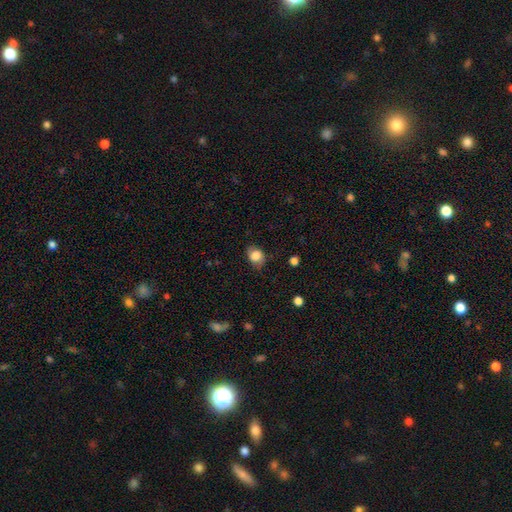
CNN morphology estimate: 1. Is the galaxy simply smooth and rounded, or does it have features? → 81% smooth, 10% featured or disk, 9% star or artifact.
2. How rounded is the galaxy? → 57% in between, 42% round, 1% cigar-shaped.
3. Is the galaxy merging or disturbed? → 72% none, 21% minor disturbance, 5% major disturbance, 1% merger.